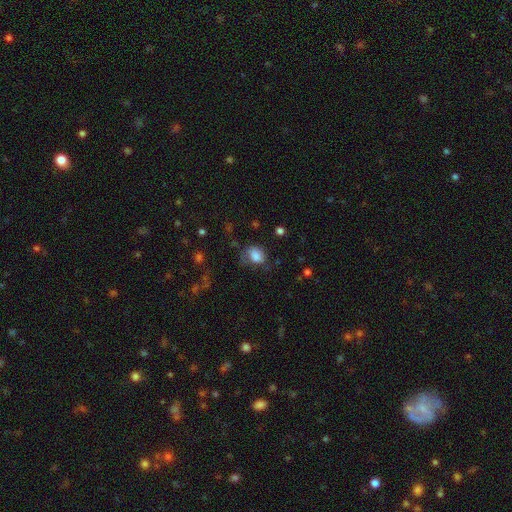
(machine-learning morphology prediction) The model was most divided on "merging": none: 45%, minor disturbance: 30%, major disturbance: 22%, merger: 3%. More confident: smooth or featured — smooth (80%); how rounded — in between (65%).